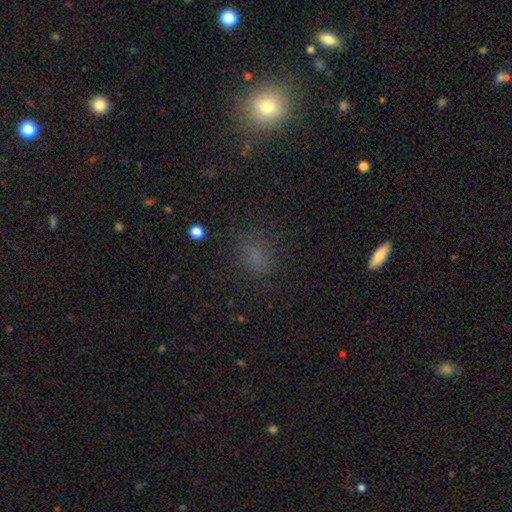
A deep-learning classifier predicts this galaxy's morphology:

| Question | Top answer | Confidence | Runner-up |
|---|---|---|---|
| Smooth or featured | smooth | 69% | star or artifact (23%) |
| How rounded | in between | 60% | round (36%) |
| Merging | none | 76% | minor disturbance (14%) |